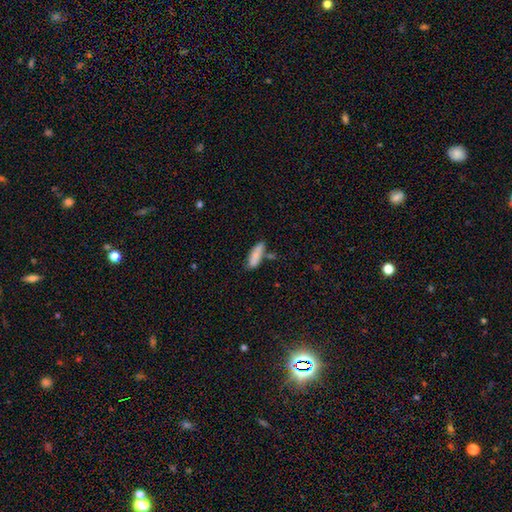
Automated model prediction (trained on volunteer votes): Overall: smooth (80%). How rounded: in between (55%; cigar-shaped 43%). Merging: none (68%).